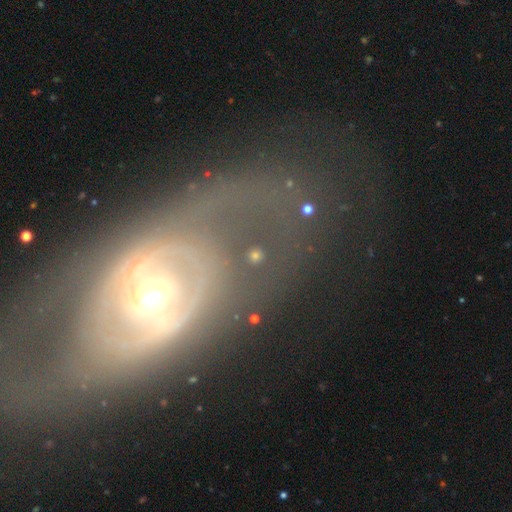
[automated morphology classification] A featured or disk galaxy (76%) with no bar (61%), spiral arms (63%) and a moderate central bulge (56%). Merging: none (60%).